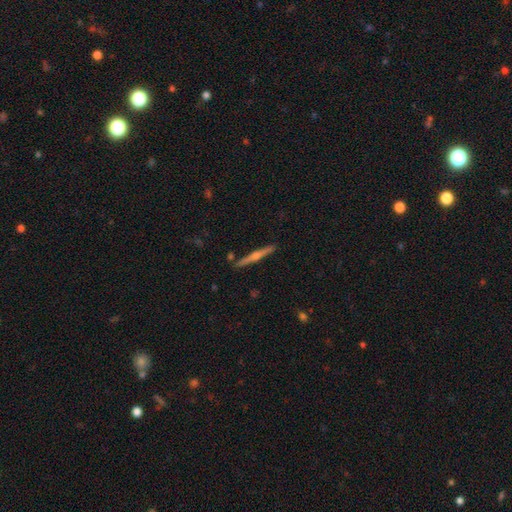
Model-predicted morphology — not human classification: Overall: featured or disk (73%). Edge-on disk: yes (98%). Edge-on bulge: rounded (85%). Merging: none (91%).